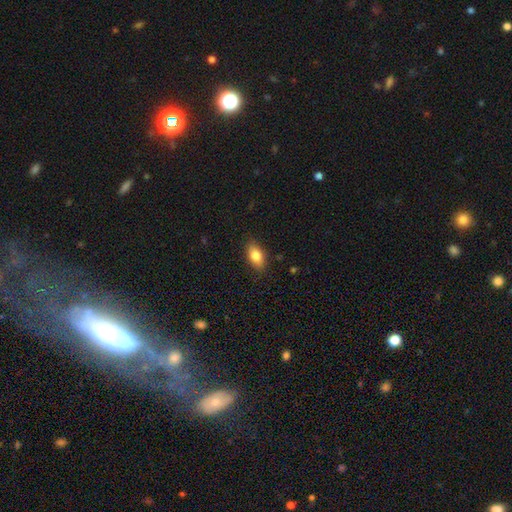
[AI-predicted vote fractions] A smooth galaxy with no disk features (83%) that is in between round and cigar-shaped (89%). Merging: none (86%).